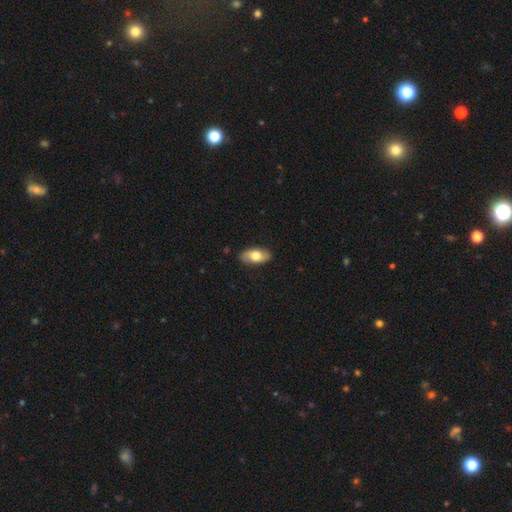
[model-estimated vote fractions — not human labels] Morphology: type=smooth (63%); roundness=in between (89%); merging=none (86%).